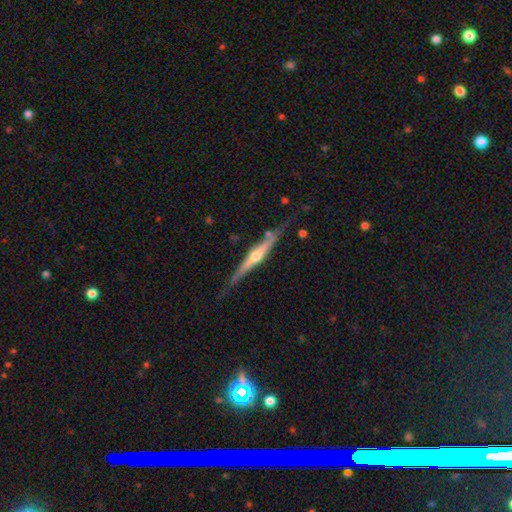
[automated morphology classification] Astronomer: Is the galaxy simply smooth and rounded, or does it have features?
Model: featured or disk — 77%.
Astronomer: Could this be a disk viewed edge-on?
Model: yes — 96%.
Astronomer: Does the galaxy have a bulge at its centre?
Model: rounded — 87%.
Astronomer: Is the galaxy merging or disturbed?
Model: none — 74%.